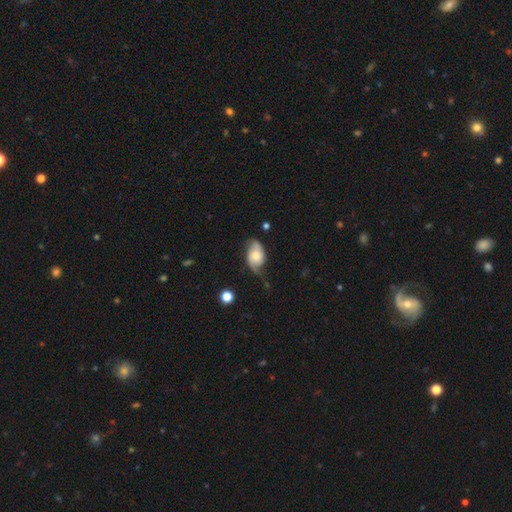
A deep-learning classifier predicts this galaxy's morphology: smooth-or-featured: featured or disk: 63% | smooth: 30% | star or artifact: 7%
  disk-edge-on: no: 96% | yes: 4%
    bar: no: 68% | weak: 27% | strong: 5%
    has-spiral-arms: yes: 91% | no: 9%
      spiral-winding: loose: 42% | medium: 38% | tight: 20%
      spiral-arm-count: 2: 80% | 1: 9% | can't tell: 7% | 3: 2% | 4: 1% | more than 4: 1%
    bulge-size: moderate: 40% | small: 32% | large: 15% | none: 10% | dominant: 4%
  merging: none: 50% | minor disturbance: 31% | major disturbance: 16% | merger: 3%